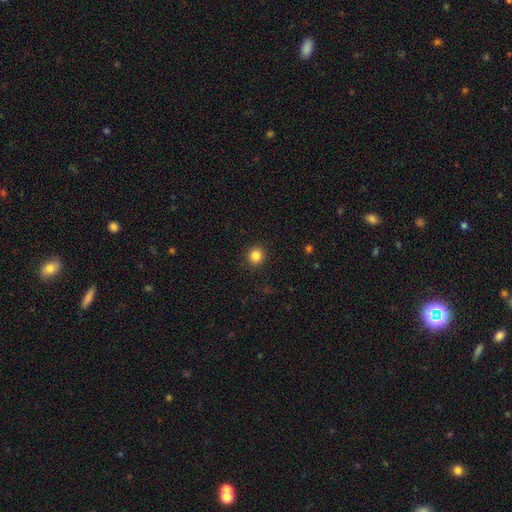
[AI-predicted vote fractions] smooth 85%, star or artifact 11%, featured or disk 4%. Down the decision tree: how rounded — round (93%); merging — none (92%).